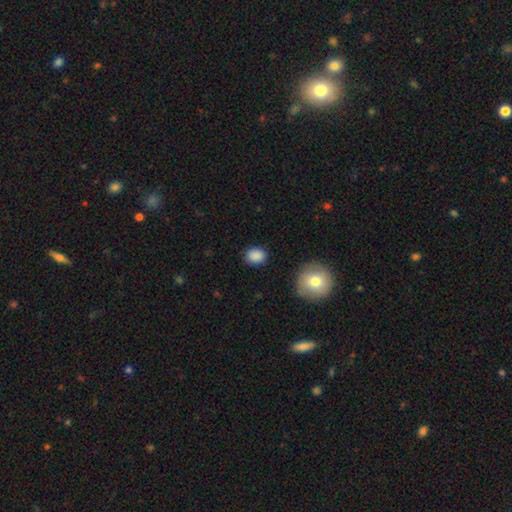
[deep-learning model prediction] This is clearly a smooth galaxy (87%). How rounded: possibly round (54%). Merging: clearly none (86%).